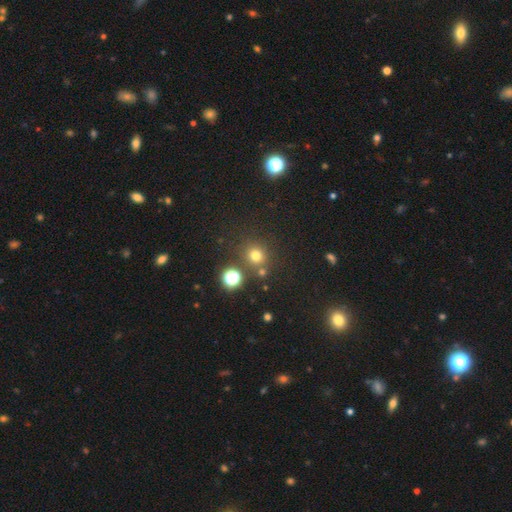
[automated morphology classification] smooth_or_featured: smooth (p=0.71) [alt: star or artifact p=0.23]
how_rounded: round (p=0.89) [alt: in between p=0.10]
merging: none (p=0.78) [alt: merger p=0.10]